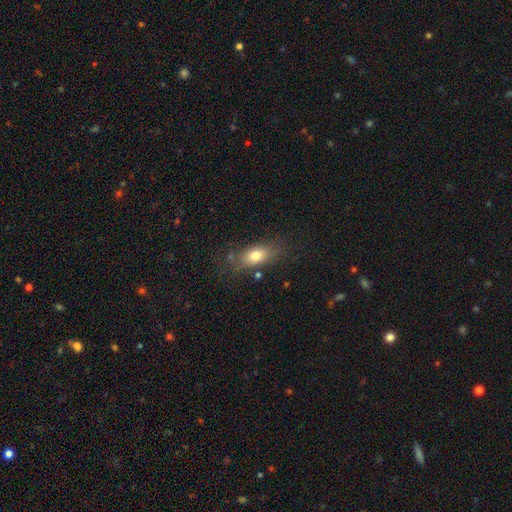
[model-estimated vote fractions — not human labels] Smooth or featured? smooth (75%)
How rounded? in between (80%)
Merging? none (72%)